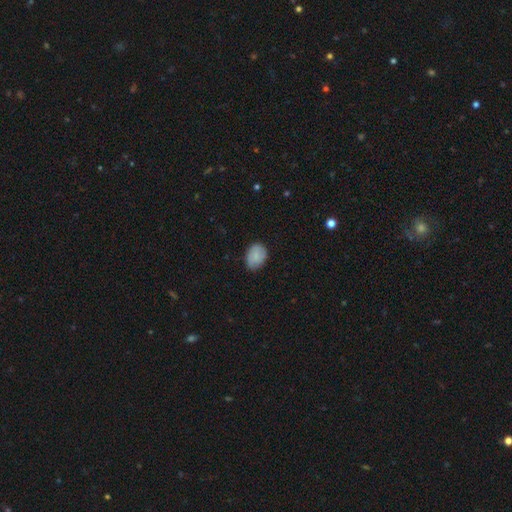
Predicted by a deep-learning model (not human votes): smooth-or-featured: smooth: 82% | featured or disk: 11% | star or artifact: 7%
  how-rounded: in between: 73% | round: 26% | cigar-shaped: 1%
  merging: none: 75% | minor disturbance: 21% | major disturbance: 3% | merger: 1%